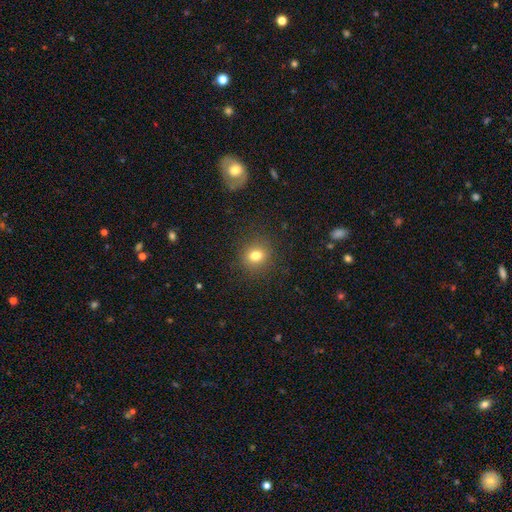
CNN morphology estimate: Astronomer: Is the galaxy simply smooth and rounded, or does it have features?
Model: smooth — 79%.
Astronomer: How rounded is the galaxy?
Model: round — 79%.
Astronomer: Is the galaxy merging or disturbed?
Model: none — 89%.